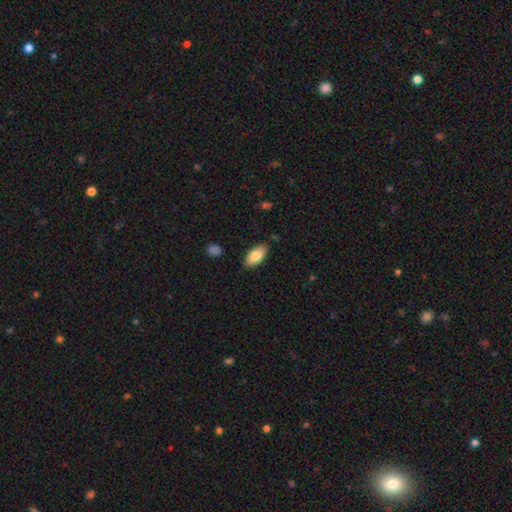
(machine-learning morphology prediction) smooth-or-featured: smooth: 84% | featured or disk: 10% | star or artifact: 6%
  how-rounded: in between: 91% | cigar-shaped: 6% | round: 2%
  merging: none: 85% | minor disturbance: 11% | major disturbance: 2% | merger: 2%